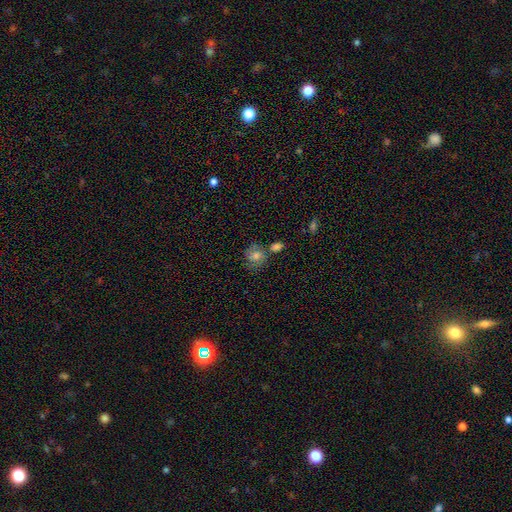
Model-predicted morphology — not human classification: This is possibly a smooth galaxy (59%). How rounded: likely round (78%). Merging: possibly none (60%).